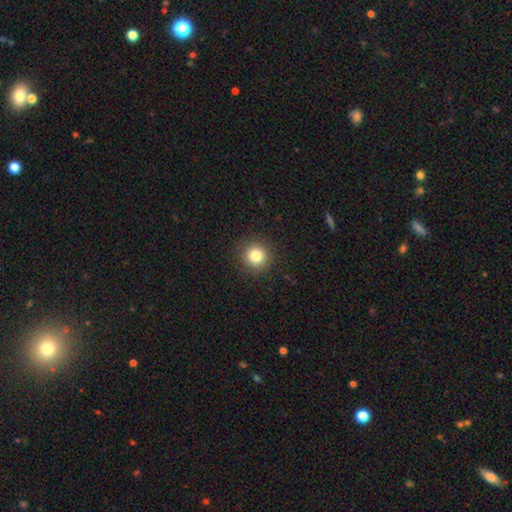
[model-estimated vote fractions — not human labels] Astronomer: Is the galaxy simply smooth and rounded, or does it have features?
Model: smooth — 82%.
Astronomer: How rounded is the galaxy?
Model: round — 93%.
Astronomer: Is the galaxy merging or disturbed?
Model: none — 91%.